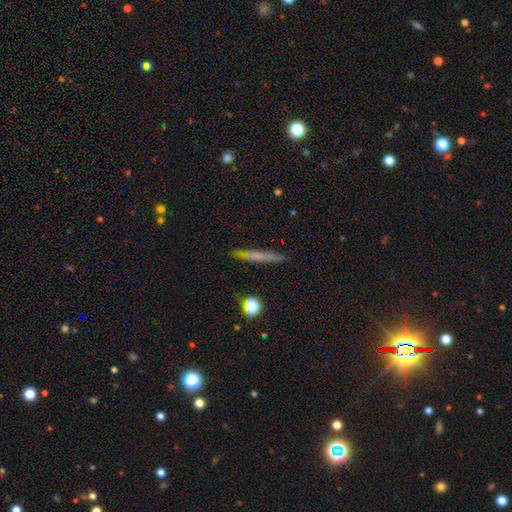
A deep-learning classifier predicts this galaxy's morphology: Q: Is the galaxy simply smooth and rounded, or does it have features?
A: smooth — 52%.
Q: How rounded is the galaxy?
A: cigar-shaped — 95%.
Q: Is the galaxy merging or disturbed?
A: none — 90%.